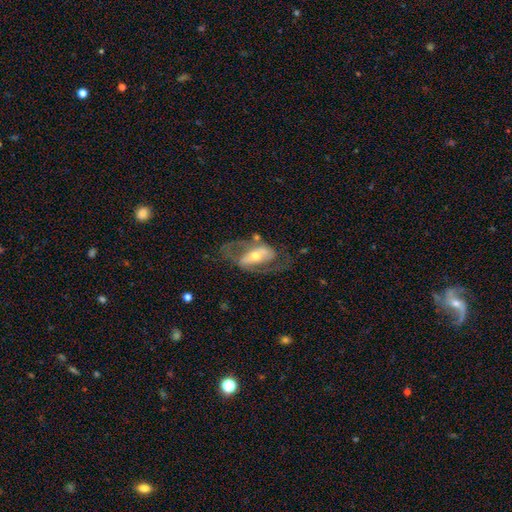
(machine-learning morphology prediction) Smooth or featured? featured or disk (79%)
Edge-on disk? no (93%)
Bar? strong (46%)
Spiral arms? yes (77%)
Spiral winding? medium (49%)
Spiral arm count? 2 (85%)
Bulge size? moderate (53%)
Merging? none (58%)